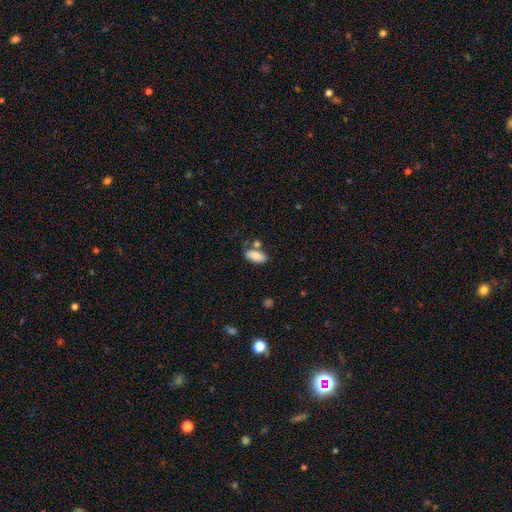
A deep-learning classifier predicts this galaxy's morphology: smooth-or-featured: smooth: 84% | featured or disk: 9% | star or artifact: 7%
  how-rounded: in between: 91% | cigar-shaped: 6% | round: 3%
  merging: none: 64% | merger: 17% | minor disturbance: 15% | major disturbance: 4%